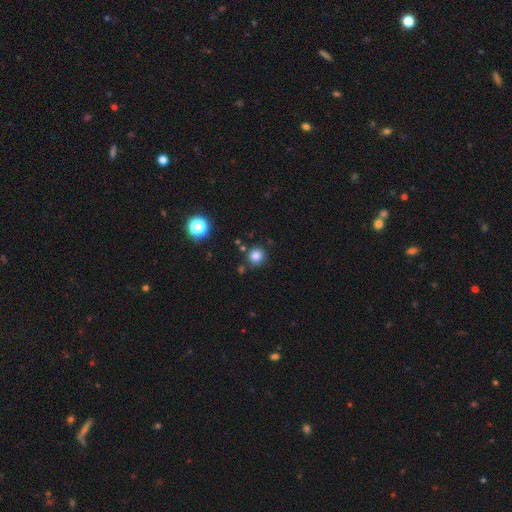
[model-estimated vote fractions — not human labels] smooth_or_featured: smooth (p=0.82) [alt: star or artifact p=0.13]
how_rounded: round (p=0.92) [alt: in between p=0.07]
merging: none (p=0.84) [alt: minor disturbance p=0.08]